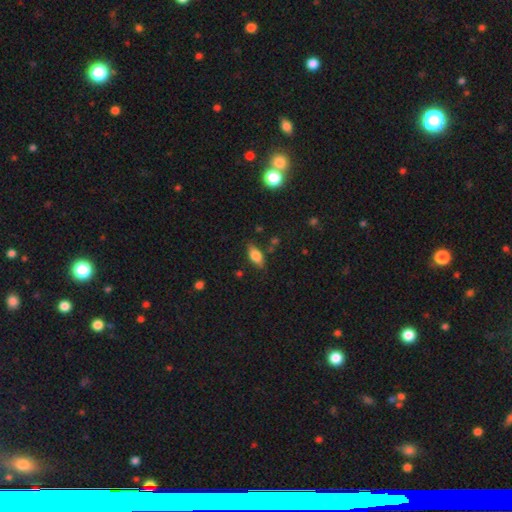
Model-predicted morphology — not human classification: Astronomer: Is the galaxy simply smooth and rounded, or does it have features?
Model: smooth — 76%.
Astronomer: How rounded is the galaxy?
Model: in between — 83%.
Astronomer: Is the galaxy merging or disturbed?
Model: none — 79%.